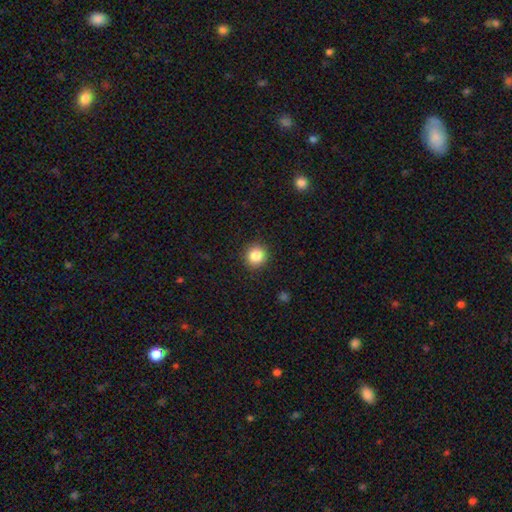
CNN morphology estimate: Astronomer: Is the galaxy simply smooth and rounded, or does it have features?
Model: smooth — 85%.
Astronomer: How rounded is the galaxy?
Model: round — 93%.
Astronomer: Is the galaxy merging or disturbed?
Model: none — 91%.